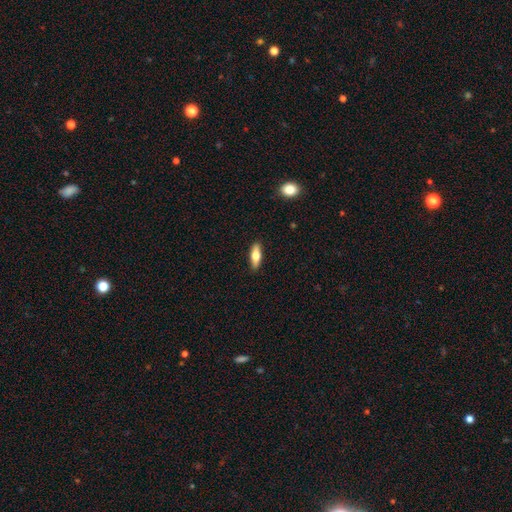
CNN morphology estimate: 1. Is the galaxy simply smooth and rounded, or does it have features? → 64% smooth, 30% featured or disk, 6% star or artifact.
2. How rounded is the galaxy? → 58% in between, 39% cigar-shaped, 3% round.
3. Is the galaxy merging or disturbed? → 89% none, 8% minor disturbance, 2% major disturbance, 1% merger.